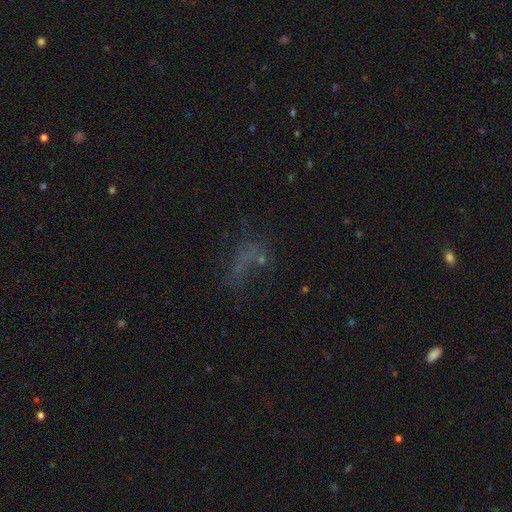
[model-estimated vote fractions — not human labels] Smooth or featured? Predicted: smooth (p=0.36). Merging? Predicted: none (p=0.41).